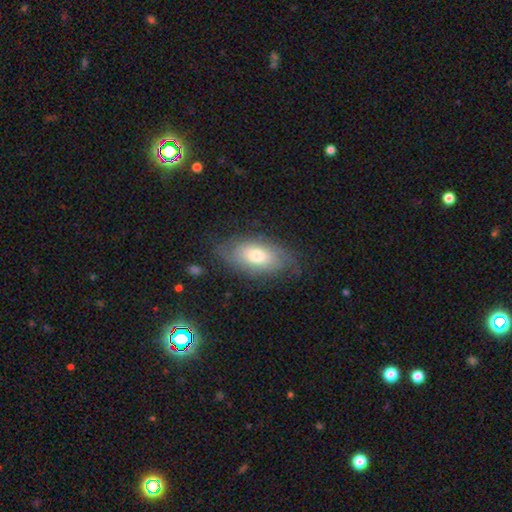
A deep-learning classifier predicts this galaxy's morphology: The model was most divided on "smooth or featured": smooth: 49%, featured or disk: 44%, star or artifact: 7%. More confident: merging — none (66%).